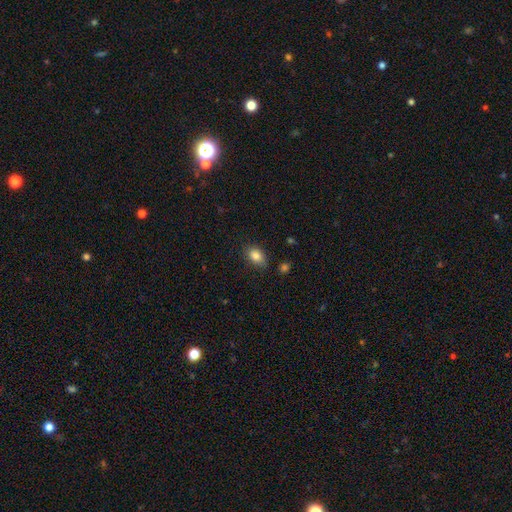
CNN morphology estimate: Smooth or featured?
  - smooth: 85% *
  - star or artifact: 9%
  - featured or disk: 6%
How rounded?
  - in between: 81% *
  - round: 18%
  - cigar-shaped: 2%
Merging?
  - none: 81% *
  - minor disturbance: 15%
  - major disturbance: 3%
  - merger: 2%